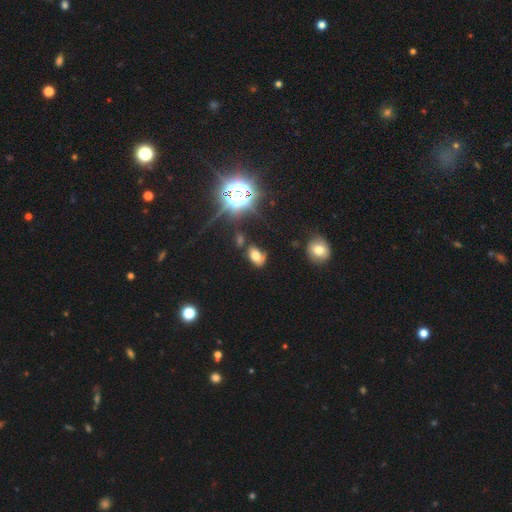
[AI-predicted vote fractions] This is likely a smooth galaxy (61%). How rounded: clearly in between (87%). Merging: likely none (65%).